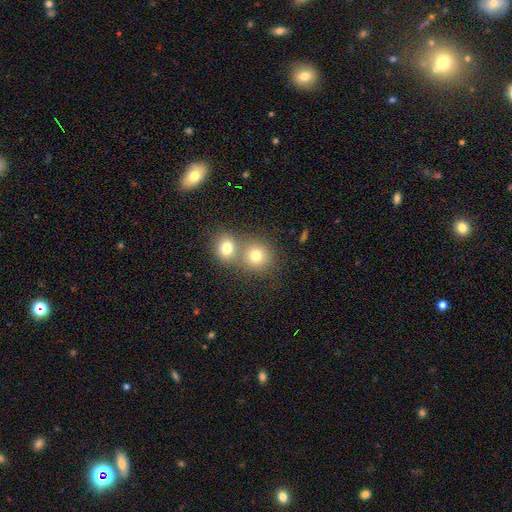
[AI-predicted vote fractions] Smooth or featured?
  - smooth: 77% *
  - star or artifact: 13%
  - featured or disk: 11%
How rounded?
  - round: 85% *
  - in between: 14%
  - cigar-shaped: 1%
Merging?
  - none: 47% *
  - merger: 44%
  - minor disturbance: 7%
  - major disturbance: 3%